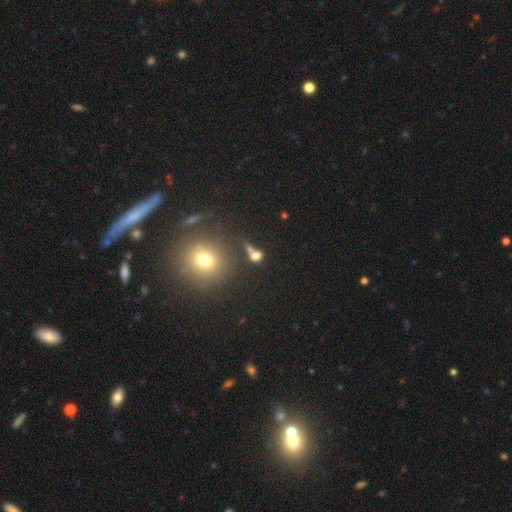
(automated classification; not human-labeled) smooth-or-featured: smooth: 67% | star or artifact: 20% | featured or disk: 13%
  how-rounded: round: 58% | in between: 35% | cigar-shaped: 7%
  merging: none: 49% | merger: 30% | minor disturbance: 12% | major disturbance: 9%